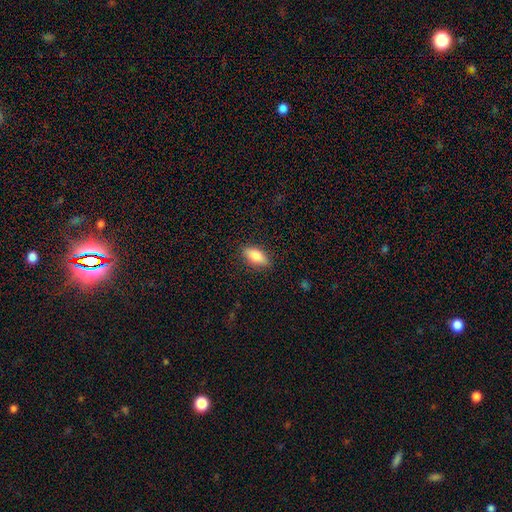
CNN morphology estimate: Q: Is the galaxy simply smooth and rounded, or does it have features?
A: smooth — 83%.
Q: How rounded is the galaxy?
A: in between — 86%.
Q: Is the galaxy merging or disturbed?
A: none — 87%.